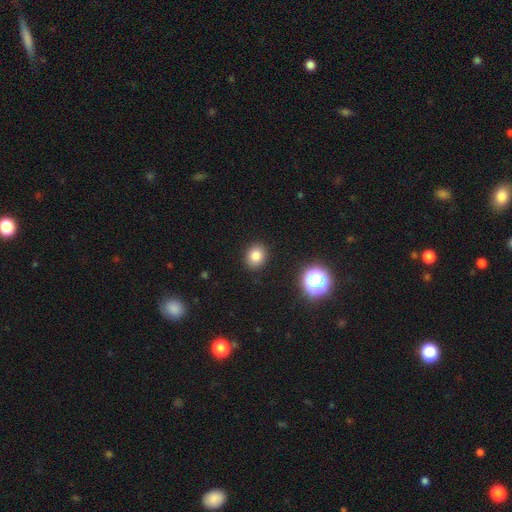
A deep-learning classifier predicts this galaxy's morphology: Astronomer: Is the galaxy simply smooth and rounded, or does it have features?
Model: smooth — 81%.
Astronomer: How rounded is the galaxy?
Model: round — 71%.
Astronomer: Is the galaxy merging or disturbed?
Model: none — 91%.